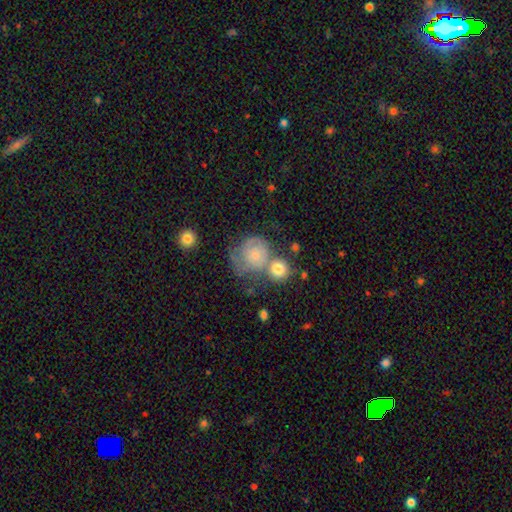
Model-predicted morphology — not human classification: Overall: smooth (40%; featured or disk 34%). Merging: none (57%; merger 22%).